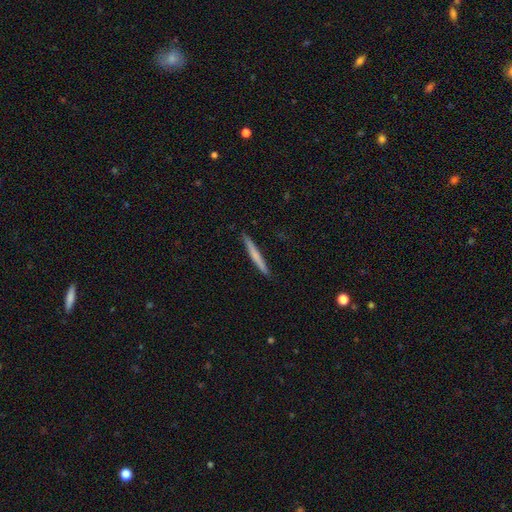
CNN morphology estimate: Overall: smooth (62%; featured or disk 33%). How rounded: cigar-shaped (97%). Merging: none (91%).